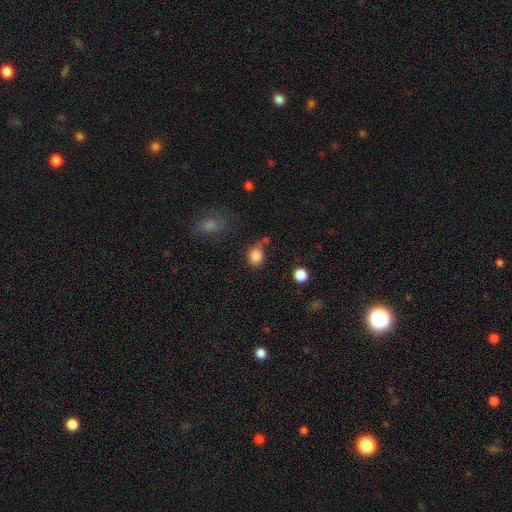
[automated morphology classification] Smooth or featured?
  - smooth: 84% *
  - star or artifact: 11%
  - featured or disk: 5%
How rounded?
  - round: 59% *
  - in between: 40%
  - cigar-shaped: 1%
Merging?
  - none: 59% *
  - minor disturbance: 23%
  - merger: 10%
  - major disturbance: 8%